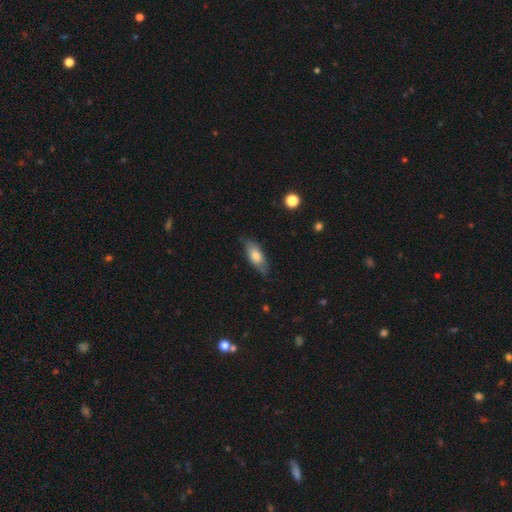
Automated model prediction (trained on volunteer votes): smooth-or-featured: smooth: 68% | featured or disk: 25% | star or artifact: 6%
  how-rounded: in between: 77% | cigar-shaped: 20% | round: 3%
  merging: none: 73% | minor disturbance: 22% | major disturbance: 4% | merger: 1%